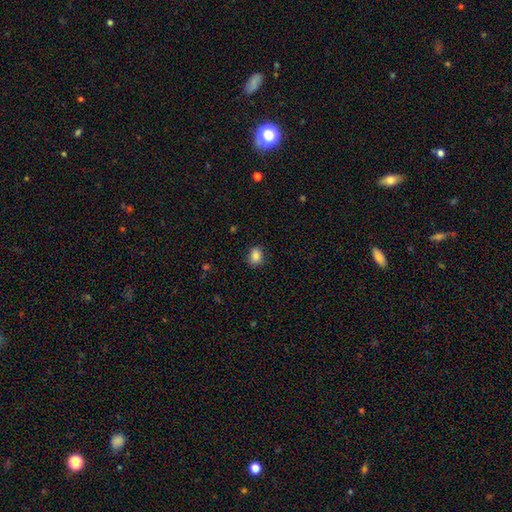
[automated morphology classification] Smooth or featured: smooth — 86% (star or artifact — 10%)
How rounded: in between — 53% (round — 46%)
Merging: none — 86% (minor disturbance — 11%)